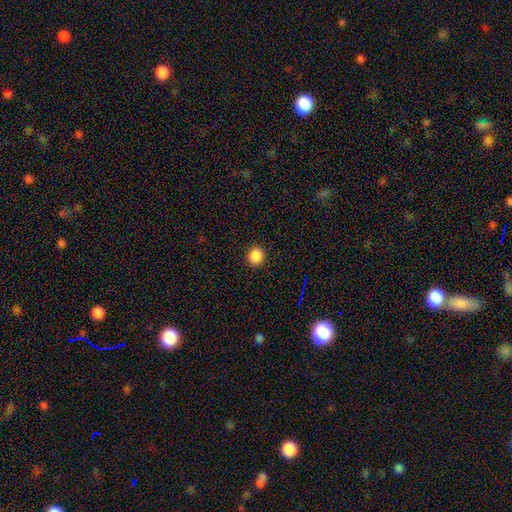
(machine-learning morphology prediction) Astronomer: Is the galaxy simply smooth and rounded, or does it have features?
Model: smooth — 87%.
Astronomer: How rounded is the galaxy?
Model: round — 86%.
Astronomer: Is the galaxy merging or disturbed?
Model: none — 91%.